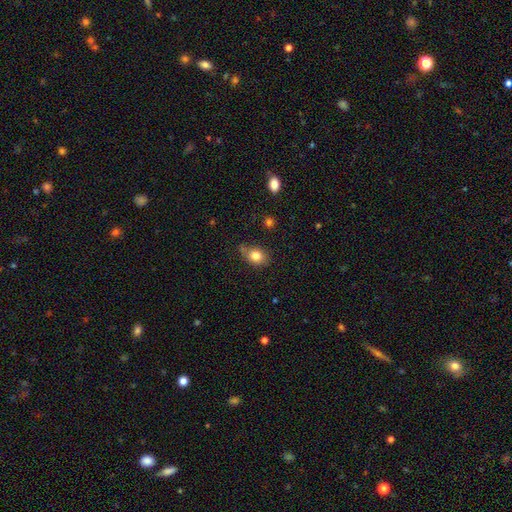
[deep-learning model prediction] Morphology: type=smooth (81%); roundness=in between (57%); merging=none (61%).